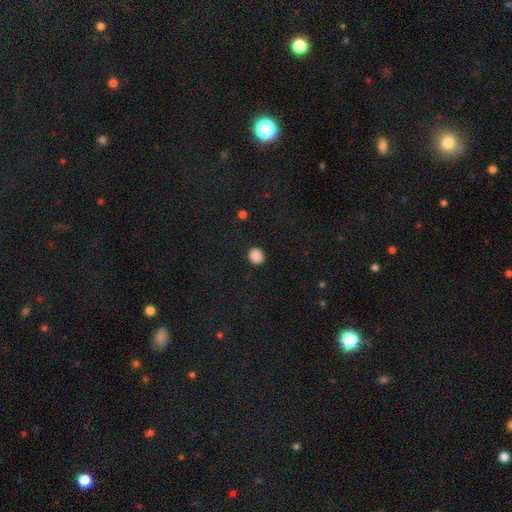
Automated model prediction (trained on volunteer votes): Smooth or featured: smooth — 87% (star or artifact — 10%)
How rounded: round — 68% (in between — 31%)
Merging: none — 90% (minor disturbance — 7%)